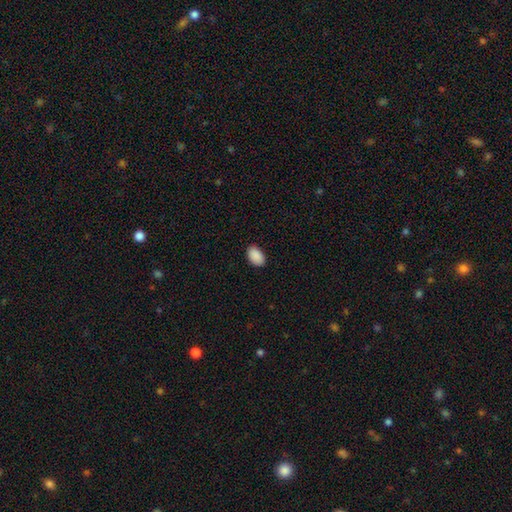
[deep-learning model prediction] The model was most divided on "merging": none: 88%, minor disturbance: 9%, major disturbance: 2%, merger: 1%. More confident: how rounded — in between (92%); smooth or featured — smooth (91%).